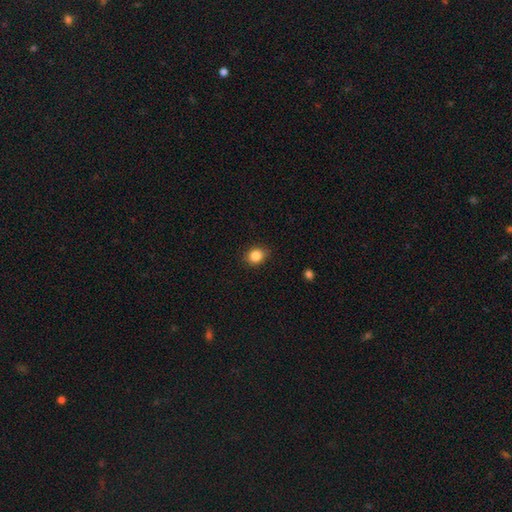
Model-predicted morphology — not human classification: smooth-or-featured: smooth: 85% | star or artifact: 10% | featured or disk: 5%
  how-rounded: round: 63% | in between: 37% | cigar-shaped: 1%
  merging: none: 85% | minor disturbance: 12% | major disturbance: 2% | merger: 1%